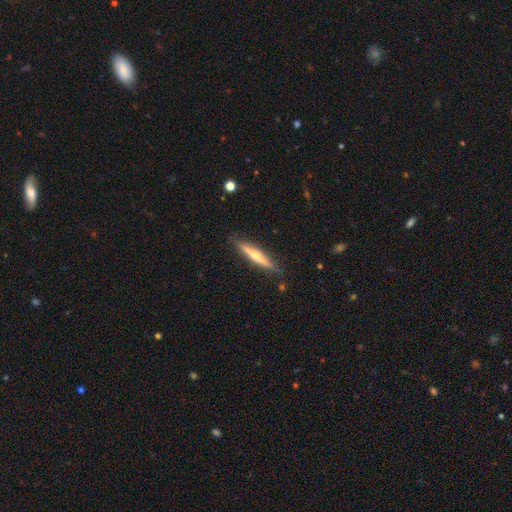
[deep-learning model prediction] This is likely a featured or disk galaxy (62%). It is clearly viewed edge-on (96%). Edge-on bulge: clearly rounded (83%). Merging: clearly none (88%).